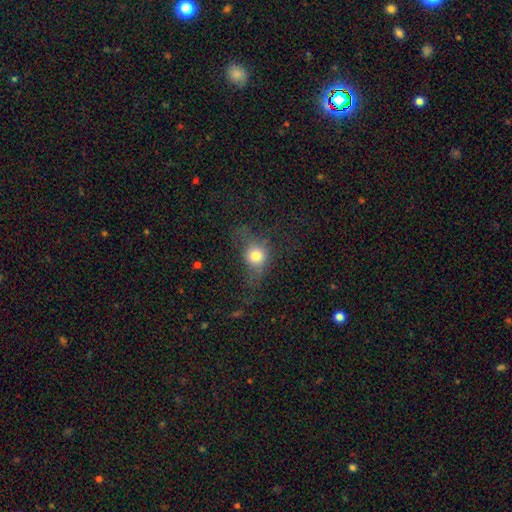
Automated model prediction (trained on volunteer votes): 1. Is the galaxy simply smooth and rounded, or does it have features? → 68% smooth, 18% featured or disk, 14% star or artifact.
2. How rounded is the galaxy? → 72% round, 26% in between, 2% cigar-shaped.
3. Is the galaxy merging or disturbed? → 49% none, 26% major disturbance, 22% minor disturbance, 2% merger.